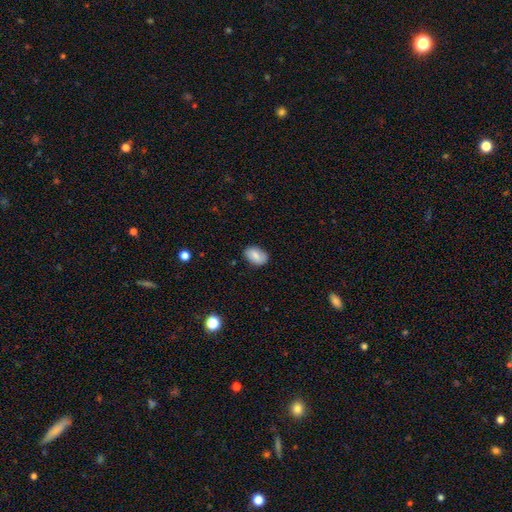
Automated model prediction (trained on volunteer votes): The model was most divided on "smooth or featured": smooth: 76%, featured or disk: 17%, star or artifact: 7%. More confident: how rounded — in between (87%); merging — none (82%).